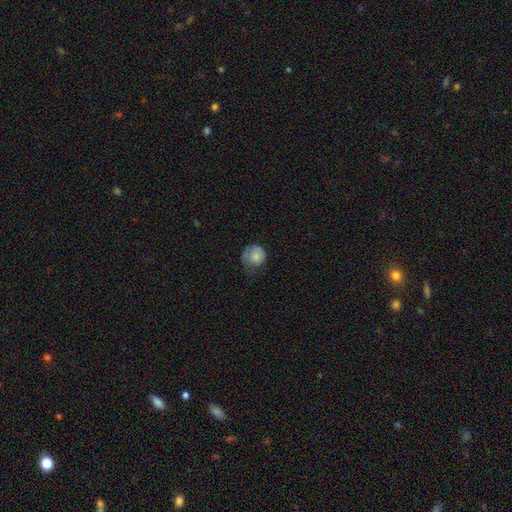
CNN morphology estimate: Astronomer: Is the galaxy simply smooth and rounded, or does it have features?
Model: smooth — 77%.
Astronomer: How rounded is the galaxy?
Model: round — 84%.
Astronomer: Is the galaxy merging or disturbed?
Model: none — 44% (runner-up: minor disturbance, 35%).